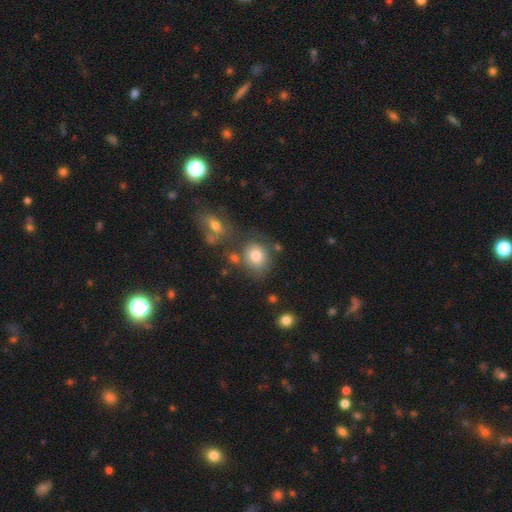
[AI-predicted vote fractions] This is likely a smooth galaxy (79%). How rounded: likely round (69%). Merging: likely none (62%).